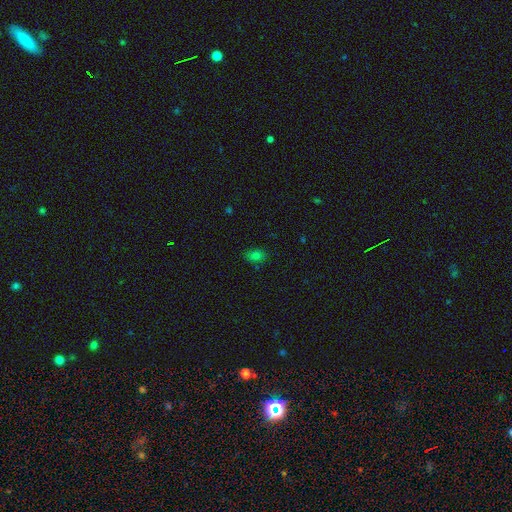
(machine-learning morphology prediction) Q: Smooth or featured?
A: smooth (77%); runner-up: star or artifact (17%)
Q: How rounded?
A: in between (73%); runner-up: round (25%)
Q: Merging?
A: none (84%); runner-up: minor disturbance (12%)